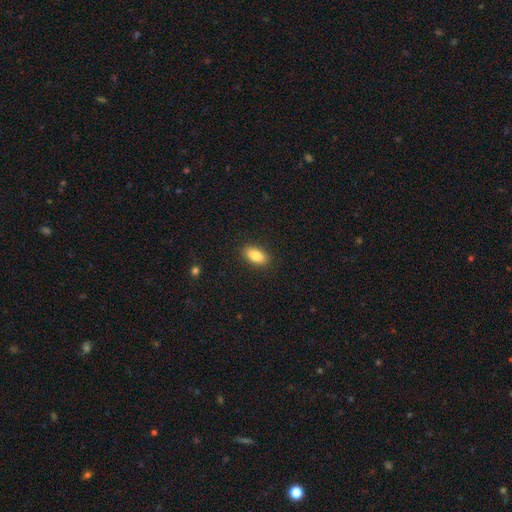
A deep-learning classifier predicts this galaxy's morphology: type=smooth (85%); roundness=in between (91%); merging=none (89%).